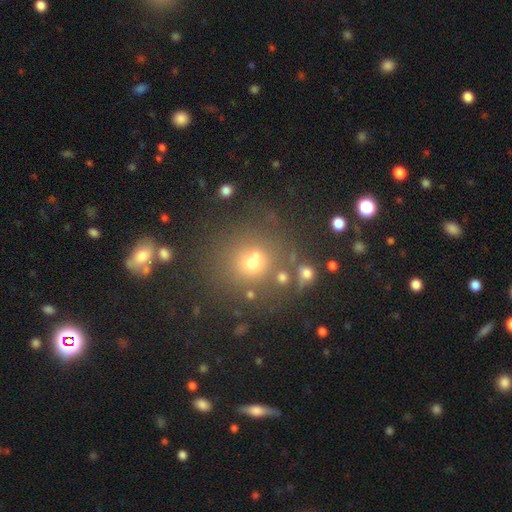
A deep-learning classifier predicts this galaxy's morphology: Smooth or featured? smooth (63%)
How rounded? round (83%)
Merging? none (60%)